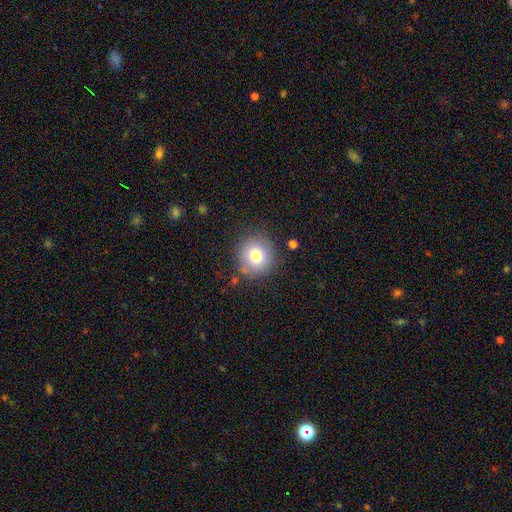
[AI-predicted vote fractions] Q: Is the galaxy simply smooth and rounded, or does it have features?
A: smooth — 78%.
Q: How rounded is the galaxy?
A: round — 92%.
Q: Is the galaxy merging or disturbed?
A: none — 81%.